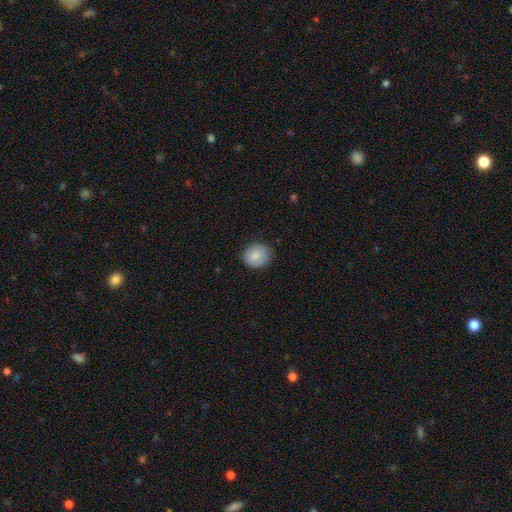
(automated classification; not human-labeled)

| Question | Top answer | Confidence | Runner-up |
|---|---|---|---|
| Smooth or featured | smooth | 83% | featured or disk (9%) |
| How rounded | round | 85% | in between (14%) |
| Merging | none | 84% | minor disturbance (12%) |